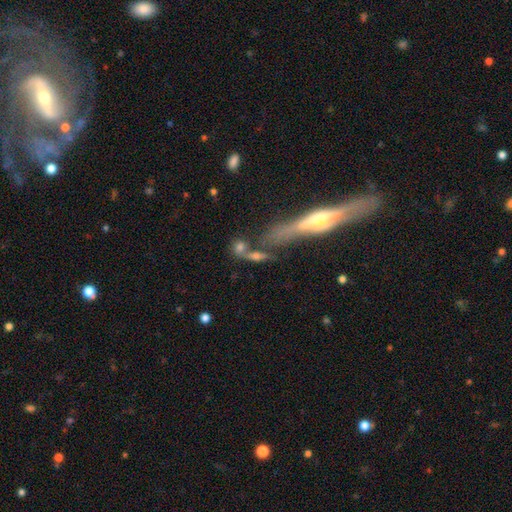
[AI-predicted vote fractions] A smooth galaxy with no disk features (44%).

Vote fractions:
- Smooth or featured? smooth: 44% / featured or disk: 41% / star or artifact: 15%
- Merging? none: 41% / merger: 33% / minor disturbance: 14% / major disturbance: 12%